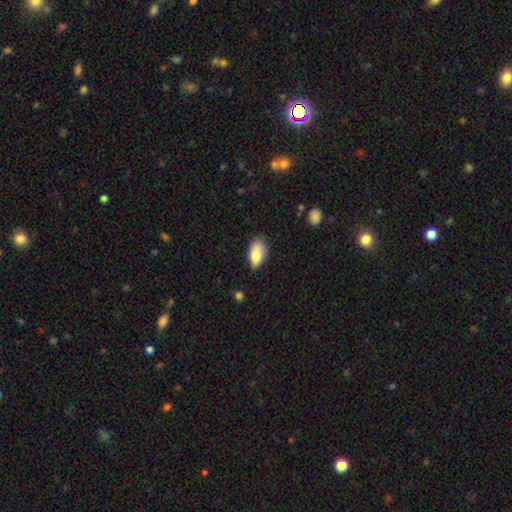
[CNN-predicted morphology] Smooth or featured? smooth (81%)
How rounded? in between (91%)
Merging? none (64%)